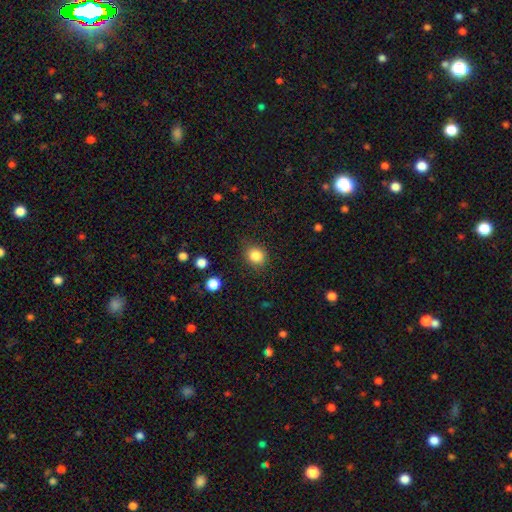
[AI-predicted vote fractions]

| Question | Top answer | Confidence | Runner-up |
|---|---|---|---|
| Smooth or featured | smooth | 84% | star or artifact (11%) |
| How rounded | round | 74% | in between (25%) |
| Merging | none | 83% | minor disturbance (12%) |